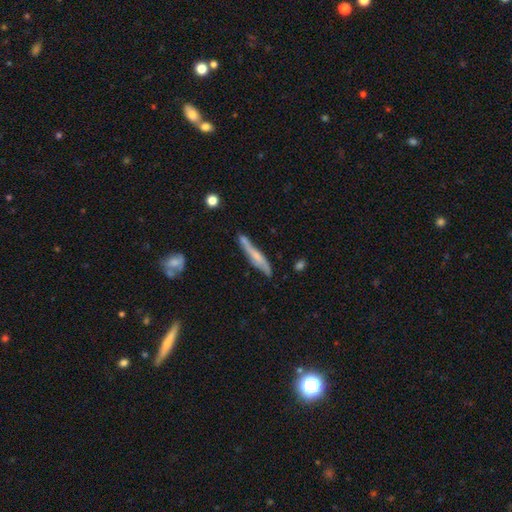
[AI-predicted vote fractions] A featured or disk galaxy (53%) viewed edge-on (72%).

Vote fractions:
- Smooth or featured? featured or disk: 53% / smooth: 40% / star or artifact: 7%
- Edge-on disk? yes: 72% / no: 28%
- Merging? none: 61% / minor disturbance: 25% / major disturbance: 7% / merger: 6%